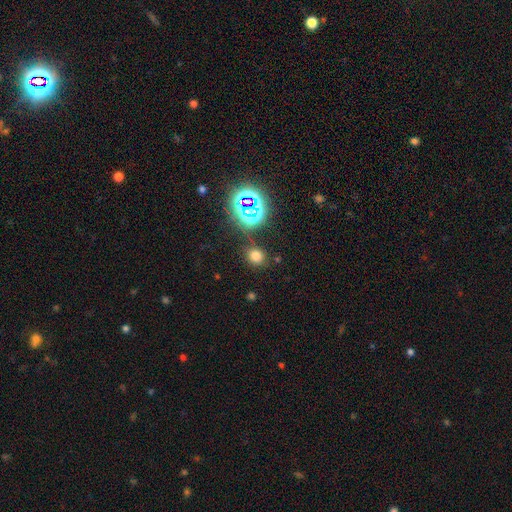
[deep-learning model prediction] smooth-or-featured: smooth: 66% | star or artifact: 27% | featured or disk: 7%
  how-rounded: round: 76% | in between: 22% | cigar-shaped: 1%
  merging: none: 83% | minor disturbance: 9% | merger: 4% | major disturbance: 4%